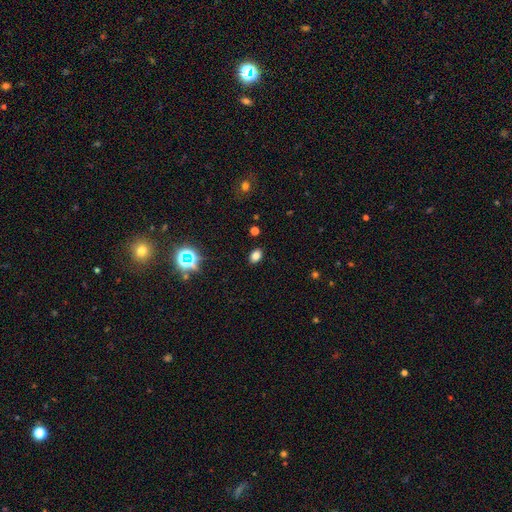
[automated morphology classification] smooth 77%, star or artifact 18%, featured or disk 6%. Down the decision tree: how rounded — in between (79%); merging — none (88%).